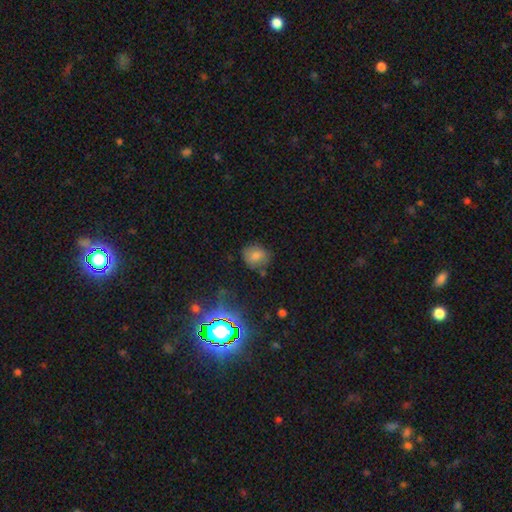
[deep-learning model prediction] Smooth or featured?
  - smooth: 76% *
  - star or artifact: 15%
  - featured or disk: 10%
How rounded?
  - round: 67% *
  - in between: 32%
  - cigar-shaped: 1%
Merging?
  - none: 70% *
  - minor disturbance: 20%
  - major disturbance: 6%
  - merger: 4%